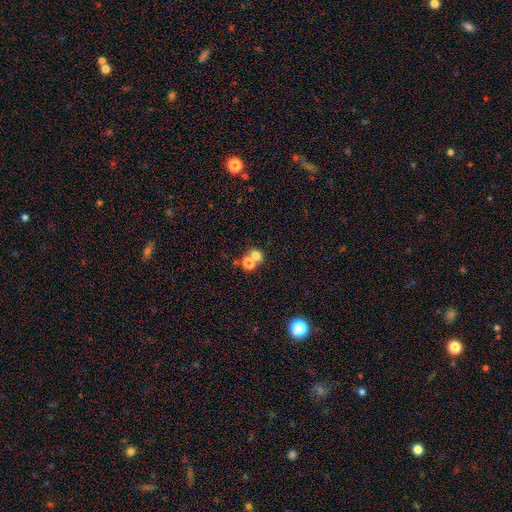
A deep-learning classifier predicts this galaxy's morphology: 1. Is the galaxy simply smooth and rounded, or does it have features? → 74% smooth, 13% star or artifact, 12% featured or disk.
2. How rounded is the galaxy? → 64% round, 35% in between, 1% cigar-shaped.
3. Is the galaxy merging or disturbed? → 56% merger, 34% none, 6% minor disturbance, 4% major disturbance.